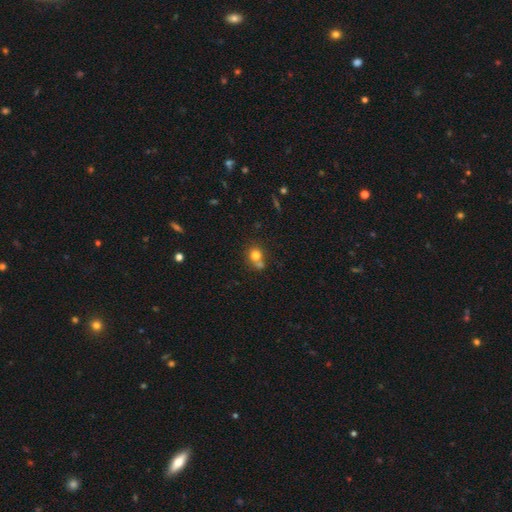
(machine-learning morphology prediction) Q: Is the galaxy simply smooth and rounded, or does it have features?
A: smooth — 76%.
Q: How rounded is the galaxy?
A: round — 76%.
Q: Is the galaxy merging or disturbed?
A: none — 46%.